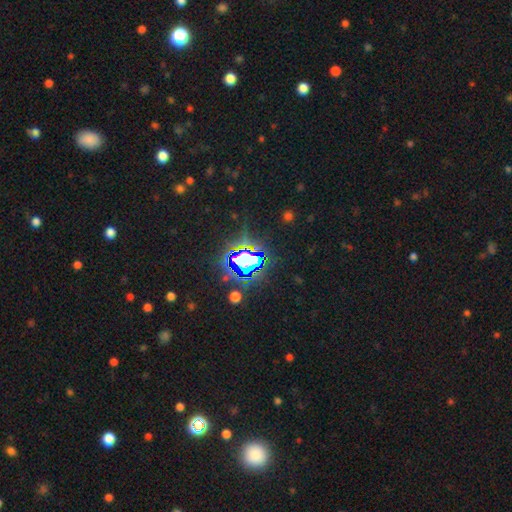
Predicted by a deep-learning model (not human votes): A star or artifact, not a galaxy (76%).

Vote fractions:
- Smooth or featured? star or artifact: 76% / smooth: 14% / featured or disk: 10%